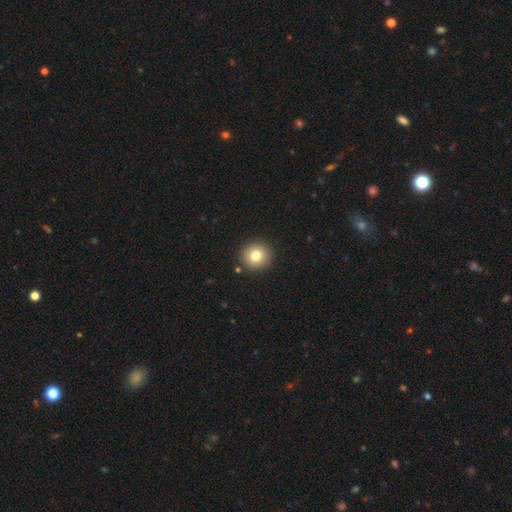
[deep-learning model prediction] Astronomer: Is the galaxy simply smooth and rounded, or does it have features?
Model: smooth — 79%.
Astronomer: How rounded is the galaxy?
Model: round — 92%.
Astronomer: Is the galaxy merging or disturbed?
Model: none — 91%.